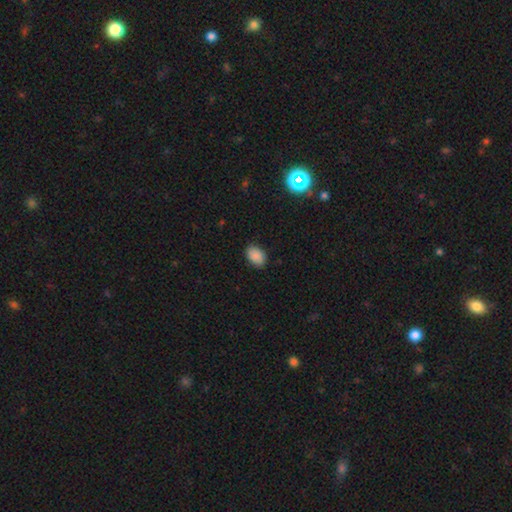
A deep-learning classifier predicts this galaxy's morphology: Smooth or featured?
  - smooth: 88% *
  - star or artifact: 8%
  - featured or disk: 4%
How rounded?
  - in between: 85% *
  - round: 14%
  - cigar-shaped: 1%
Merging?
  - none: 87% *
  - minor disturbance: 10%
  - major disturbance: 2%
  - merger: 1%